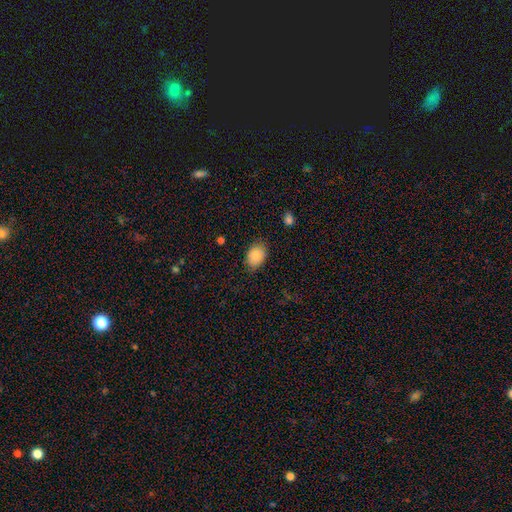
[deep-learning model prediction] Morphology: type=smooth (86%); roundness=in between (76%); merging=none (78%).